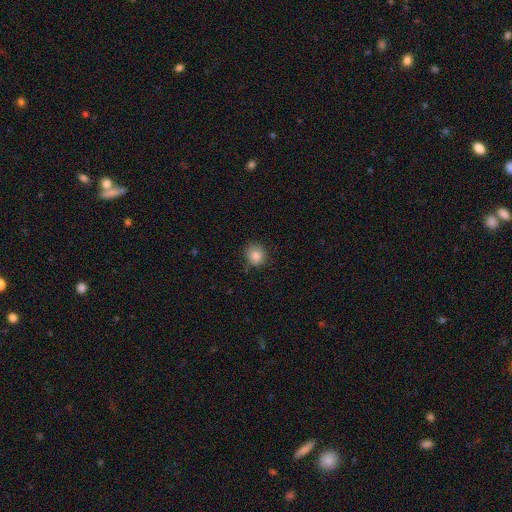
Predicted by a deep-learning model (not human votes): Smooth or featured? smooth (85%)
How rounded? round (83%)
Merging? none (80%)